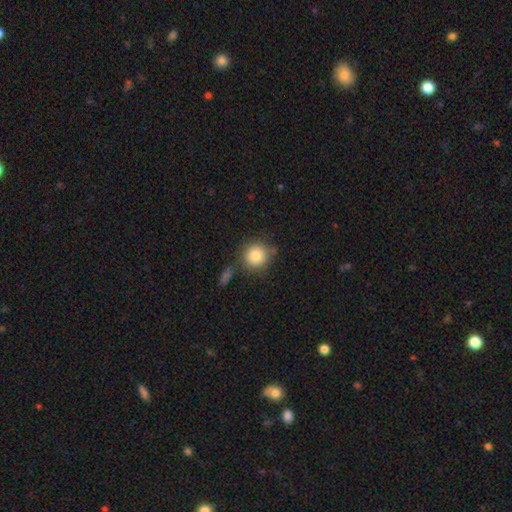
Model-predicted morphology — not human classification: Overall: smooth (84%). How rounded: round (90%). Merging: none (72%).